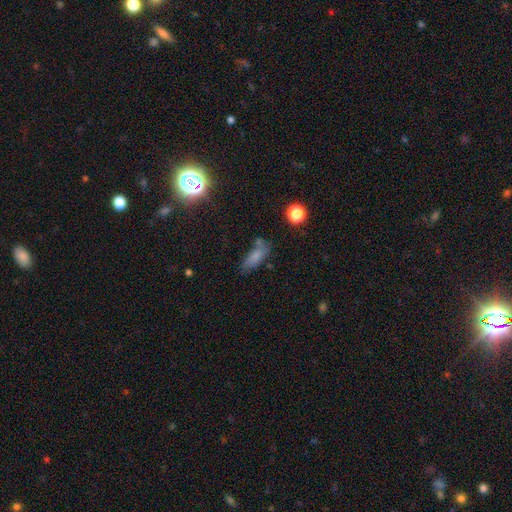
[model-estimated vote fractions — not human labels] smooth-or-featured: smooth: 68% | featured or disk: 16% | star or artifact: 16%
  how-rounded: in between: 68% | cigar-shaped: 27% | round: 5%
  merging: none: 52% | minor disturbance: 24% | merger: 13% | major disturbance: 11%